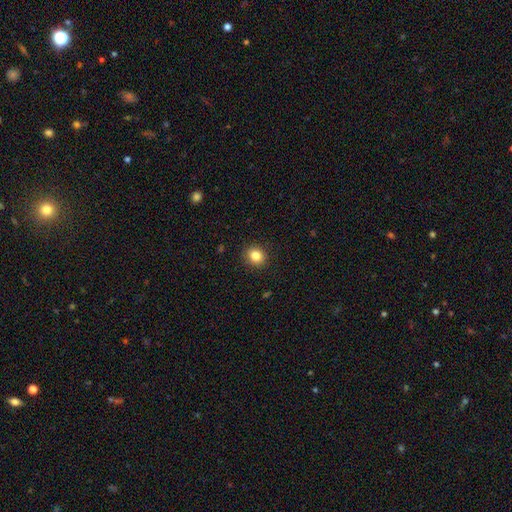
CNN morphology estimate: Smooth or featured?
  - smooth: 84% *
  - star or artifact: 11%
  - featured or disk: 5%
How rounded?
  - round: 79% *
  - in between: 20%
  - cigar-shaped: 1%
Merging?
  - none: 91% *
  - minor disturbance: 6%
  - major disturbance: 2%
  - merger: 1%